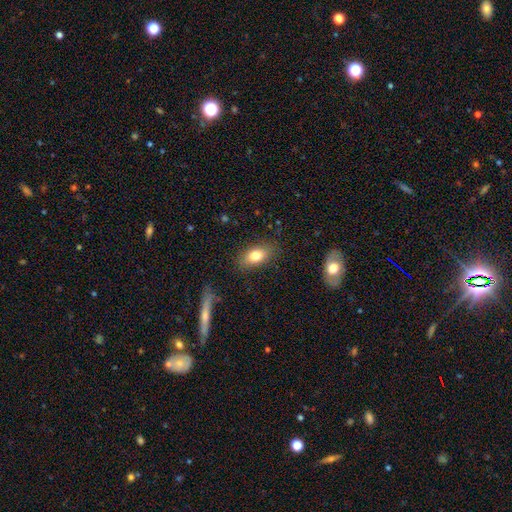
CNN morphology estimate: Smooth or featured? Predicted: smooth (p=0.79). How rounded? Predicted: in between (p=0.86). Merging? Predicted: none (p=0.84).